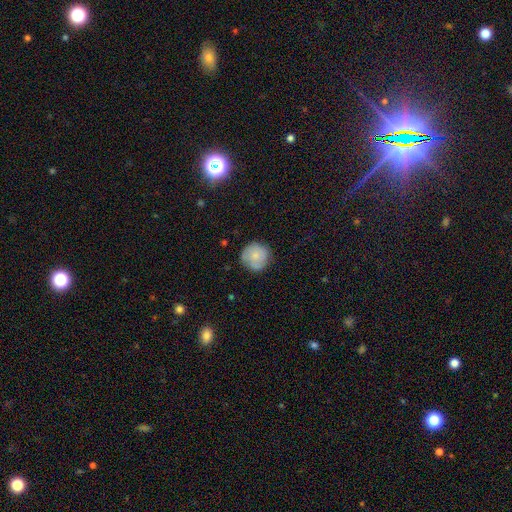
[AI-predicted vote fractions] Morphology: type=smooth (75%); roundness=round (93%); merging=none (76%).